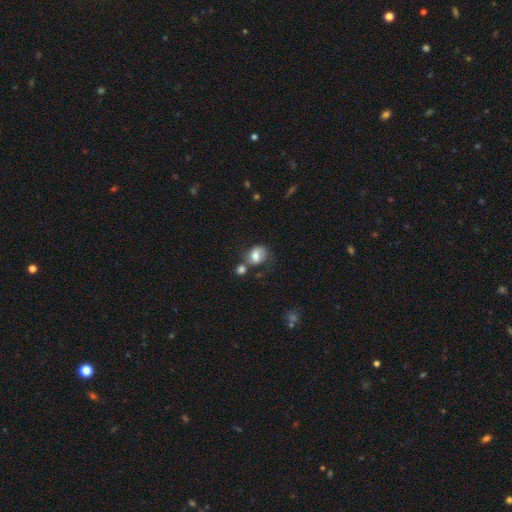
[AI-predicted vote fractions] Overall: smooth (66%). How rounded: in between (58%; round 41%). Merging: none (40%; merger 25%).